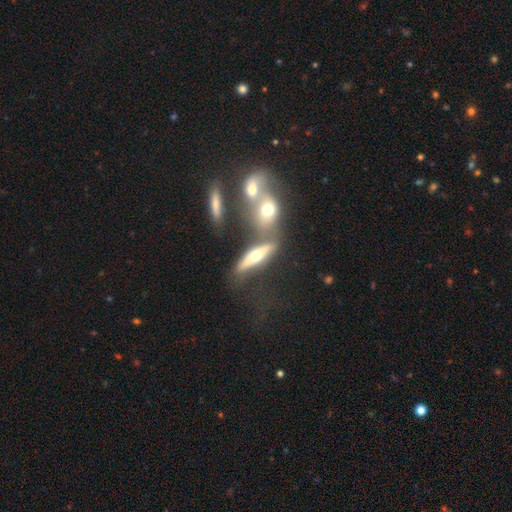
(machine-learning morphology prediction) The model was most divided on "smooth or featured": featured or disk: 47%, smooth: 45%, star or artifact: 8%. Remaining: merging — none (47%).